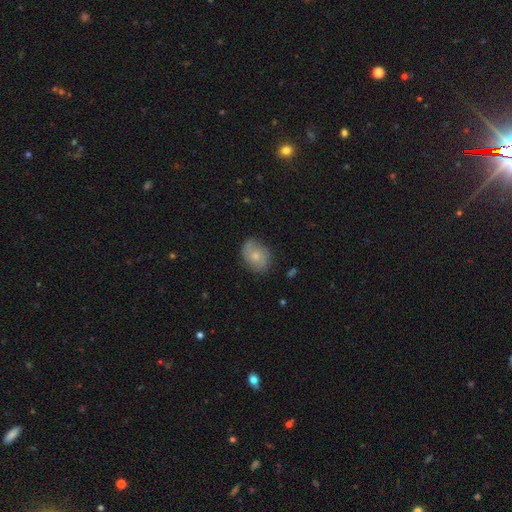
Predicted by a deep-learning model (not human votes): Morphology: type=smooth (52%); roundness=in between (53%); merging=none (73%).